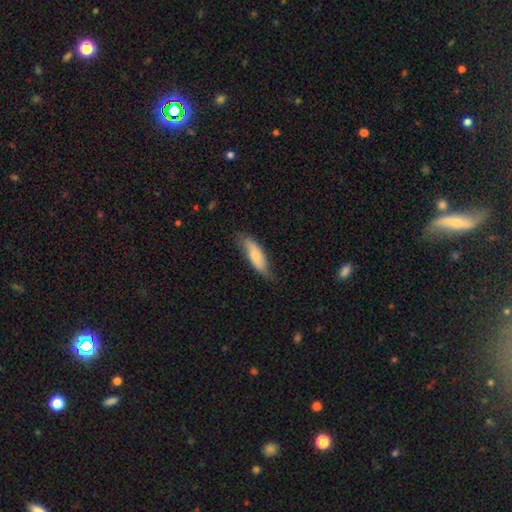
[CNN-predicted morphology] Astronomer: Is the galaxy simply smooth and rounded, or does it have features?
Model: smooth — 66%.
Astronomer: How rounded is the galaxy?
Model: in between — 56% (runner-up: cigar-shaped, 42%).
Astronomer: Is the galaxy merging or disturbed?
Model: none — 68%.